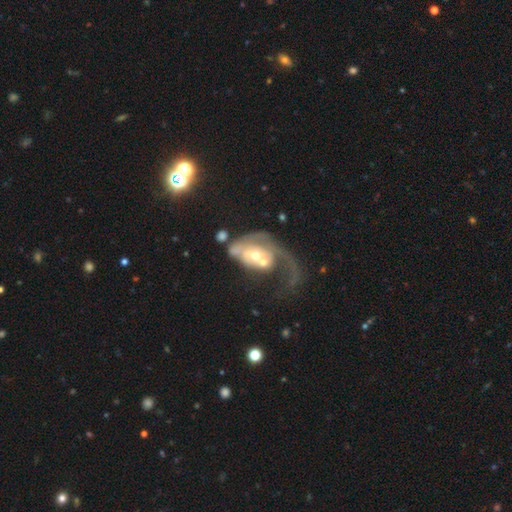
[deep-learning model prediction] A featured or disk galaxy (66%) with no bar (73%), spiral arms (59%) and a moderate central bulge (60%). Merging: merger (44%).